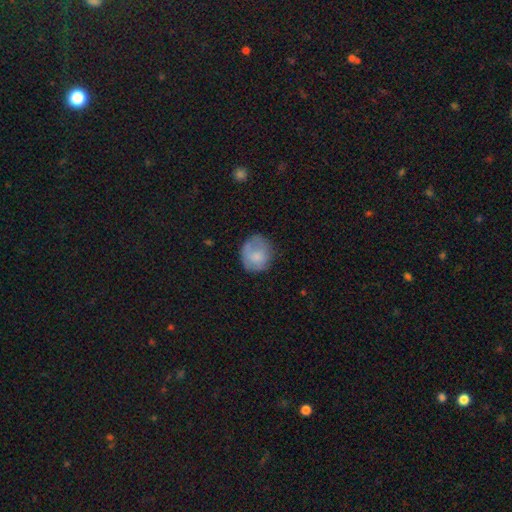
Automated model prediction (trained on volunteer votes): Smooth or featured?
  - smooth: 72% *
  - featured or disk: 20%
  - star or artifact: 8%
How rounded?
  - round: 77% *
  - in between: 22%
  - cigar-shaped: 1%
Merging?
  - none: 58% *
  - minor disturbance: 26%
  - major disturbance: 14%
  - merger: 2%